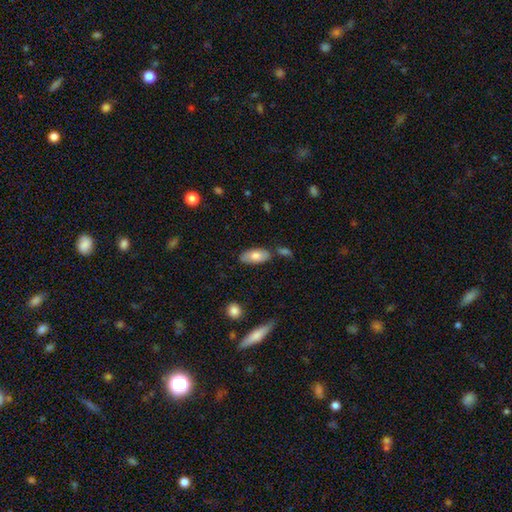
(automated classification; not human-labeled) Smooth or featured?
  - smooth: 76% *
  - featured or disk: 17%
  - star or artifact: 6%
How rounded?
  - in between: 91% *
  - cigar-shaped: 7%
  - round: 2%
Merging?
  - none: 75% *
  - minor disturbance: 14%
  - merger: 8%
  - major disturbance: 3%